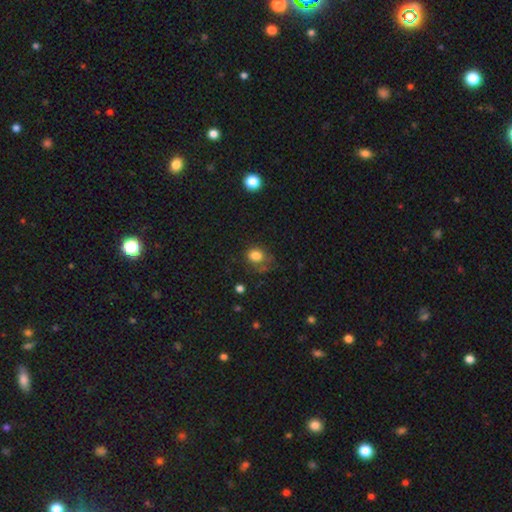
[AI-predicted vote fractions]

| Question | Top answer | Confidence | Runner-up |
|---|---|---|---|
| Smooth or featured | smooth | 80% | star or artifact (12%) |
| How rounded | round | 59% | in between (40%) |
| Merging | none | 54% | minor disturbance (26%) |